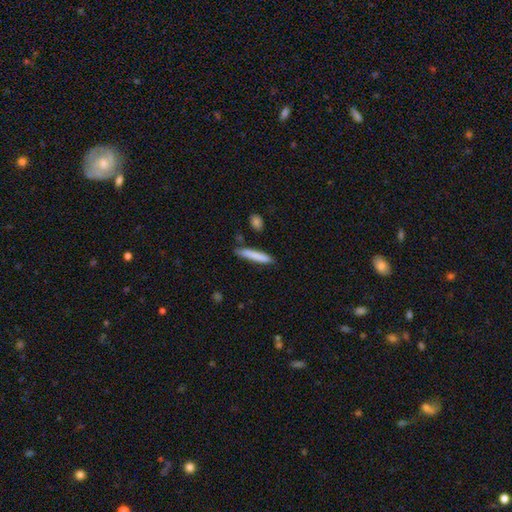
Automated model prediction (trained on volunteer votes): The model was most divided on "smooth or featured": smooth: 80%, featured or disk: 14%, star or artifact: 6%. More confident: how rounded — cigar-shaped (91%); merging — none (82%).